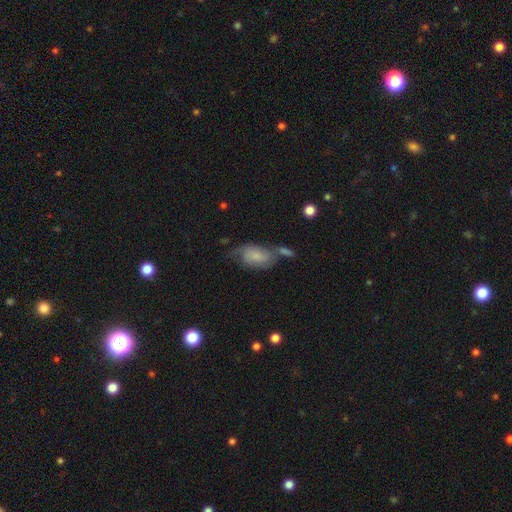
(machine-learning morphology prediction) smooth-or-featured: smooth: 47% | featured or disk: 44% | star or artifact: 9%
  merging: none: 36% | minor disturbance: 26% | major disturbance: 20% | merger: 18%